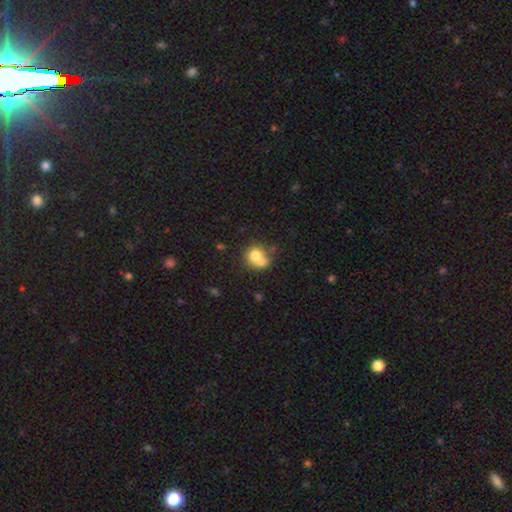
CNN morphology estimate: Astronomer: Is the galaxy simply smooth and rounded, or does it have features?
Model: smooth — 70%.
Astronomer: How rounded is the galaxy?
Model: round — 79%.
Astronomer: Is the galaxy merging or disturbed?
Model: merger — 54% (runner-up: none, 34%).